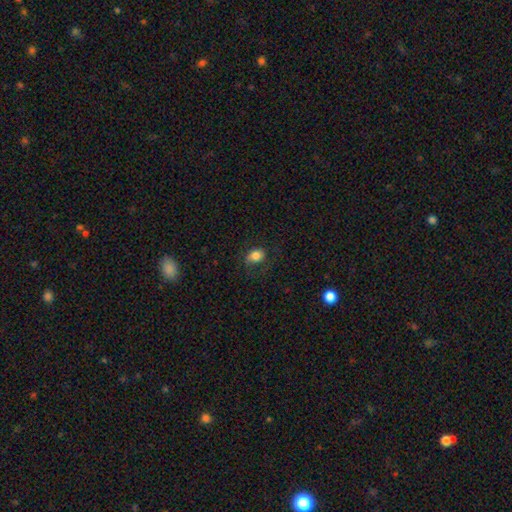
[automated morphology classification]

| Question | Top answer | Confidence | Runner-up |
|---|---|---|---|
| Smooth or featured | smooth | 80% | featured or disk (10%) |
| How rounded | in between | 67% | round (31%) |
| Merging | none | 65% | minor disturbance (21%) |